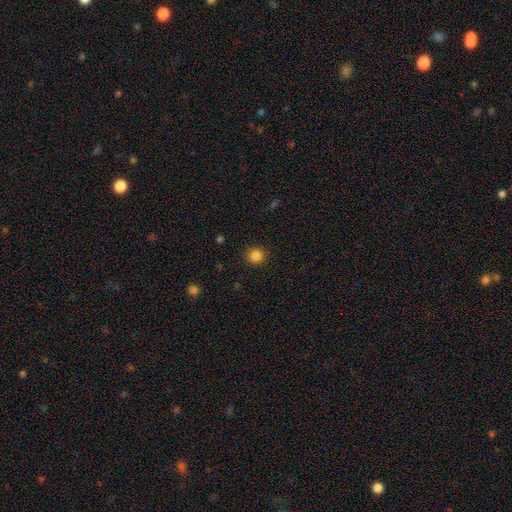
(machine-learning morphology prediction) Q: Smooth or featured?
A: smooth (85%); runner-up: star or artifact (12%)
Q: How rounded?
A: round (93%); runner-up: in between (6%)
Q: Merging?
A: none (91%); runner-up: minor disturbance (6%)